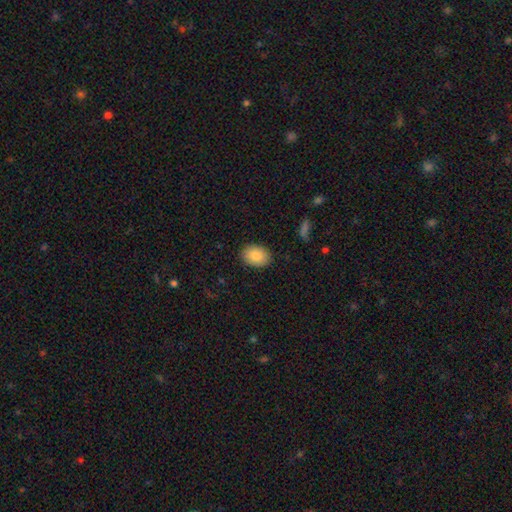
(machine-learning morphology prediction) The model was most divided on "how rounded": in between: 75%, round: 24%, cigar-shaped: 1%. More confident: merging — none (89%); smooth or featured — smooth (85%).